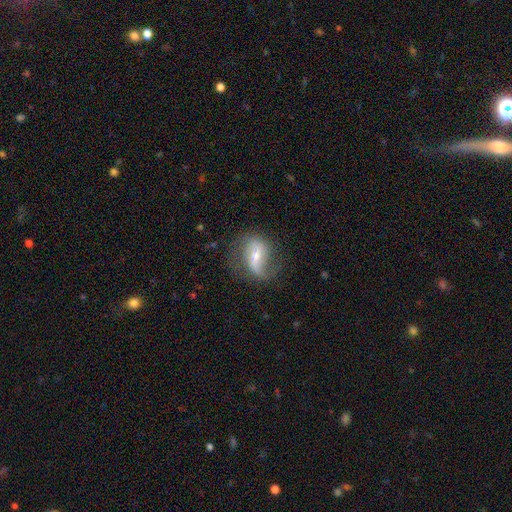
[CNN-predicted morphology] Smooth or featured: featured or disk — 73% (smooth — 20%)
Edge-on disk: no — 94% (yes — 6%)
Bar: weak — 43% (strong — 38%)
Spiral arms: yes — 89% (no — 11%)
Spiral winding: loose — 60% (medium — 30%)
Spiral arm count: 2 — 68% (1 — 24%)
Bulge size: moderate — 51% (small — 39%)
Merging: none — 59% (minor disturbance — 22%)